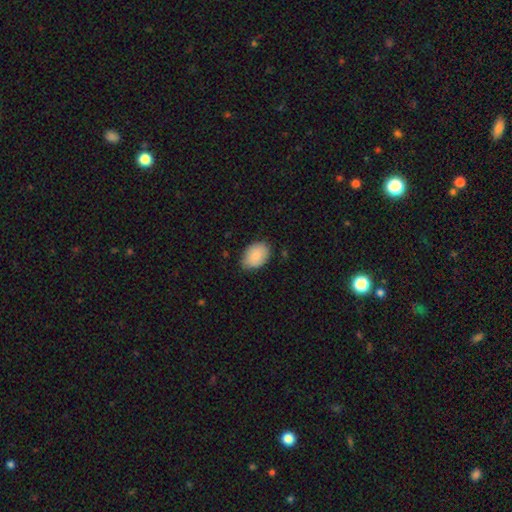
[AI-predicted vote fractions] A smooth galaxy with no disk features (86%) that is in between round and cigar-shaped (81%). Merging: none (75%).